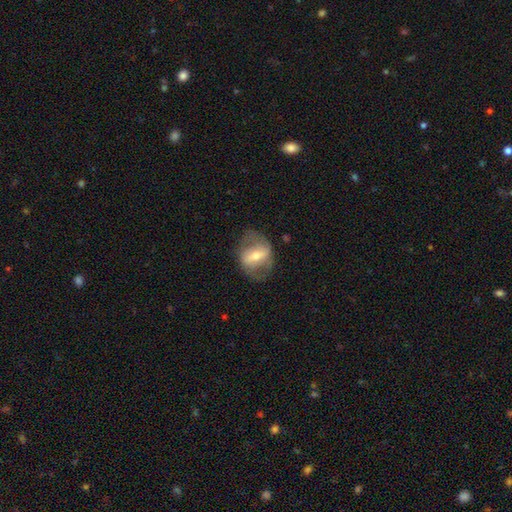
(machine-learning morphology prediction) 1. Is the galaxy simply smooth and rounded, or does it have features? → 68% featured or disk, 26% smooth, 6% star or artifact.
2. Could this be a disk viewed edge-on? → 92% no, 8% yes.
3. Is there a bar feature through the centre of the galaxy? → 55% strong, 32% weak, 13% no.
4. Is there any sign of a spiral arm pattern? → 59% yes, 41% no.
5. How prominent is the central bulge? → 53% moderate, 39% small, 5% large, 2% none, 1% dominant.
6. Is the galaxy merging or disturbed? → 64% none, 20% minor disturbance, 15% major disturbance, 1% merger.